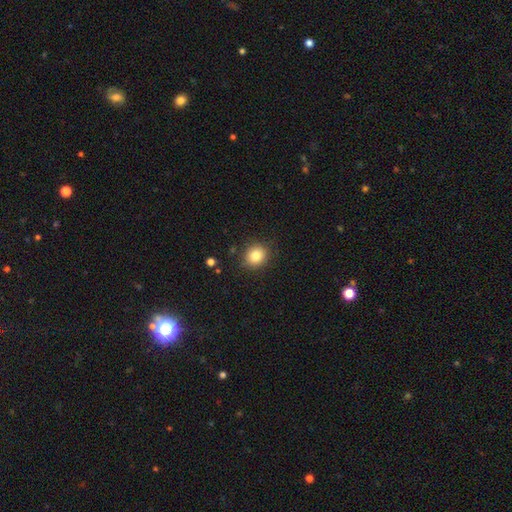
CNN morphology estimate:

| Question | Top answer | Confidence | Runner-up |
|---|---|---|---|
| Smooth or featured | smooth | 82% | star or artifact (11%) |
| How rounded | round | 79% | in between (20%) |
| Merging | none | 87% | minor disturbance (9%) |